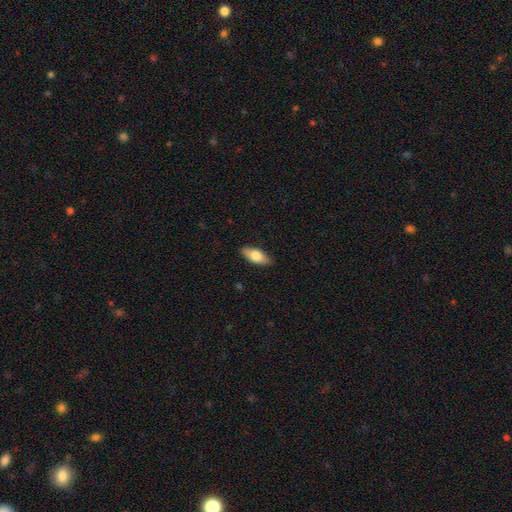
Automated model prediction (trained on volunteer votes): Smooth or featured: smooth — 75% (featured or disk — 20%)
How rounded: in between — 84% (cigar-shaped — 13%)
Merging: none — 87% (minor disturbance — 10%)